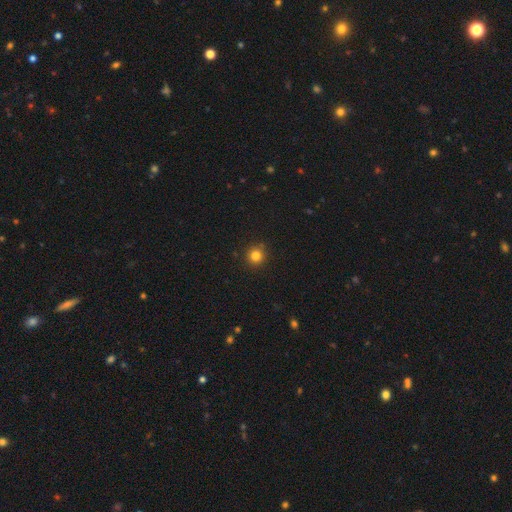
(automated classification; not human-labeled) This is clearly a smooth galaxy (82%). How rounded: clearly round (94%). Merging: clearly none (91%).